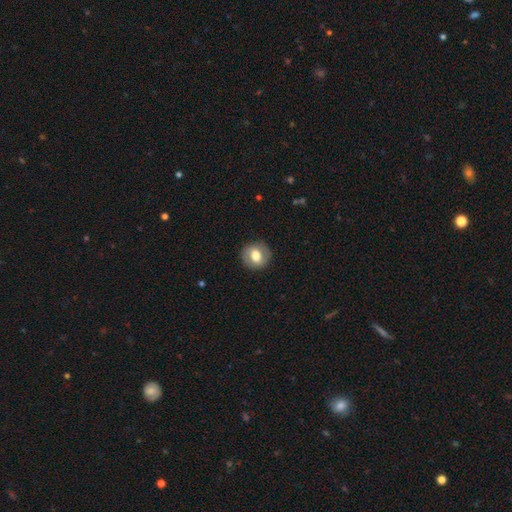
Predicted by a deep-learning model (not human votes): smooth_or_featured: smooth (p=0.65) [alt: featured or disk p=0.28]
how_rounded: round (p=0.83) [alt: in between p=0.16]
merging: none (p=0.88) [alt: minor disturbance p=0.08]